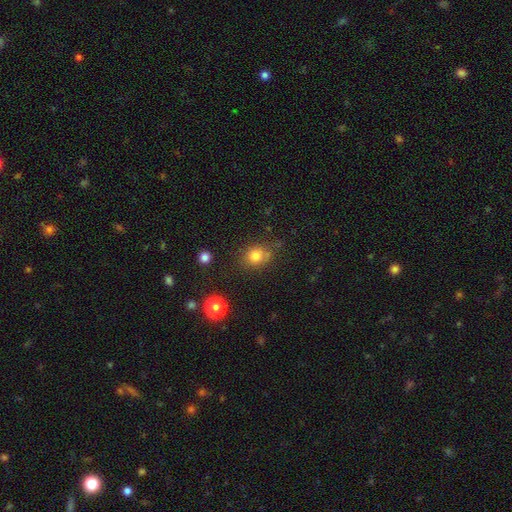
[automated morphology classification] Smooth or featured: smooth — 80% (star or artifact — 13%)
How rounded: round — 73% (in between — 26%)
Merging: none — 69% (minor disturbance — 18%)